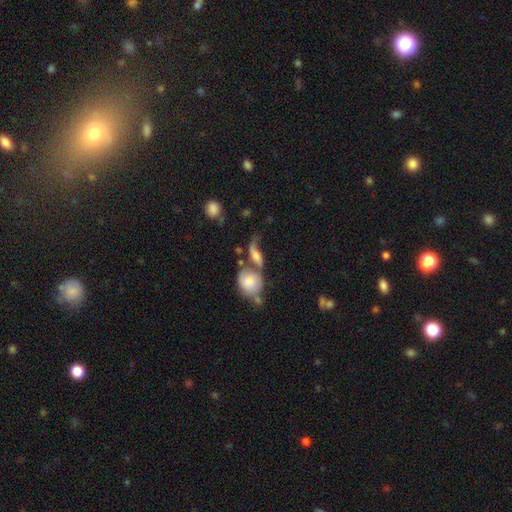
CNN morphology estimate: smooth-or-featured: smooth: 46% | featured or disk: 44% | star or artifact: 11%
  merging: merger: 43% | none: 26% | major disturbance: 18% | minor disturbance: 14%